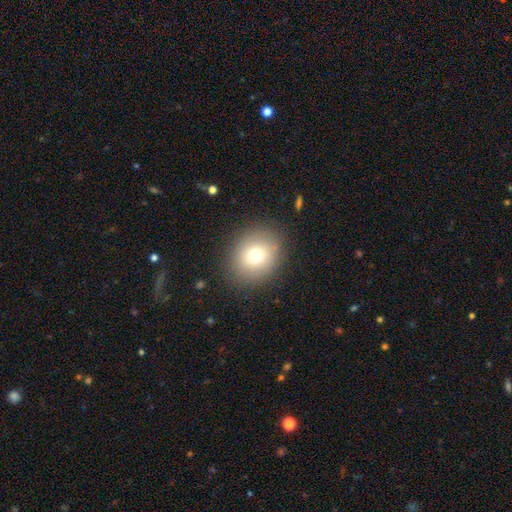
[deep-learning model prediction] smooth-or-featured: smooth: 73% | featured or disk: 13% | star or artifact: 13%
  how-rounded: round: 72% | in between: 27% | cigar-shaped: 1%
  merging: none: 86% | minor disturbance: 9% | major disturbance: 4% | merger: 1%